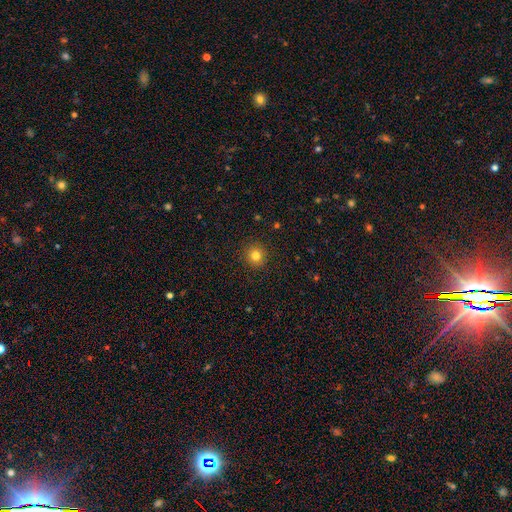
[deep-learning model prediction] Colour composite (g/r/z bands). It shows a smooth galaxy with no disk features (81%) that is round (92%). Merging: none (91%).